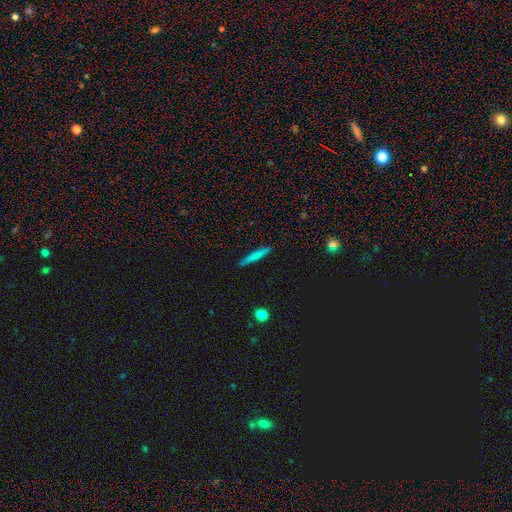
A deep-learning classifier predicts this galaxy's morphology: Overall: smooth (70%). How rounded: cigar-shaped (95%). Merging: none (91%).